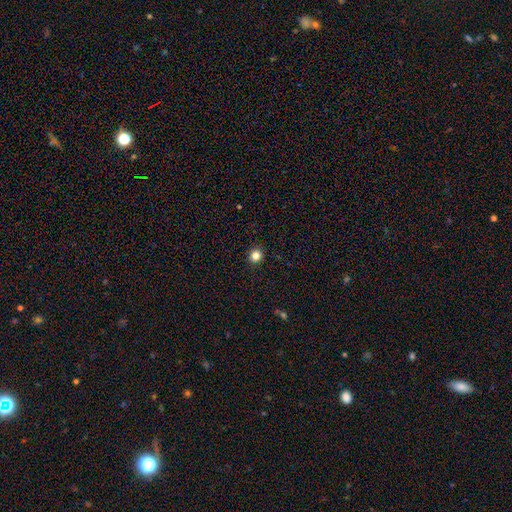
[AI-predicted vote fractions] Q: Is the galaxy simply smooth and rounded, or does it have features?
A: smooth — 83%.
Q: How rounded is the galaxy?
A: round — 91%.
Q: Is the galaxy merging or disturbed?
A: none — 92%.